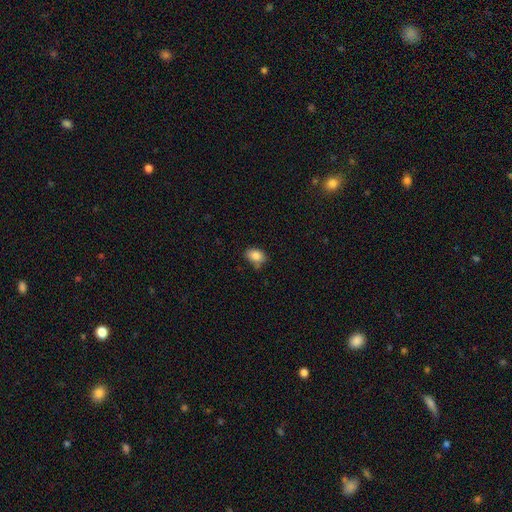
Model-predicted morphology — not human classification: The model was most divided on "merging": none: 71%, minor disturbance: 20%, merger: 5%, major disturbance: 4%. More confident: smooth or featured — smooth (85%); how rounded — in between (80%).